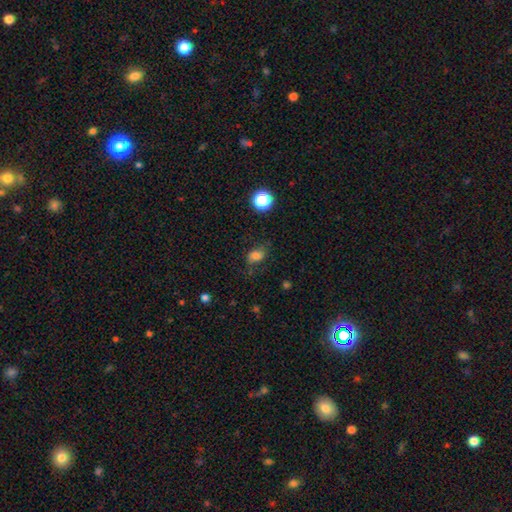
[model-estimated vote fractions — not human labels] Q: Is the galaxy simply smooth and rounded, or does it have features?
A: smooth — 70%.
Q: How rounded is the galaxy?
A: in between — 71%.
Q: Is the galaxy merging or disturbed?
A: none — 64%.